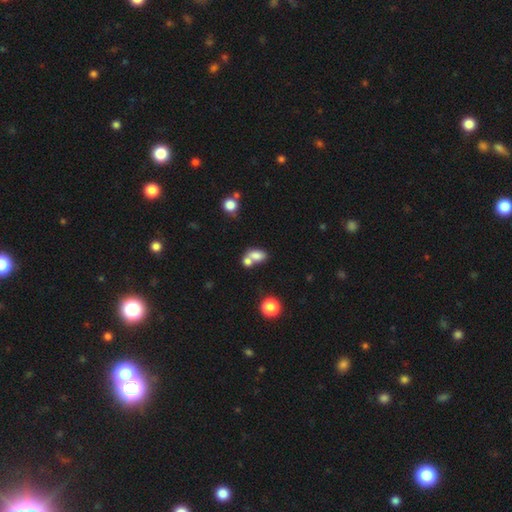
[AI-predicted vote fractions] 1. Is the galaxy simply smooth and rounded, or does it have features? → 76% smooth, 13% featured or disk, 11% star or artifact.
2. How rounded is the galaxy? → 81% in between, 17% round, 3% cigar-shaped.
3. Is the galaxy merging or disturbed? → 56% merger, 30% none, 9% minor disturbance, 5% major disturbance.